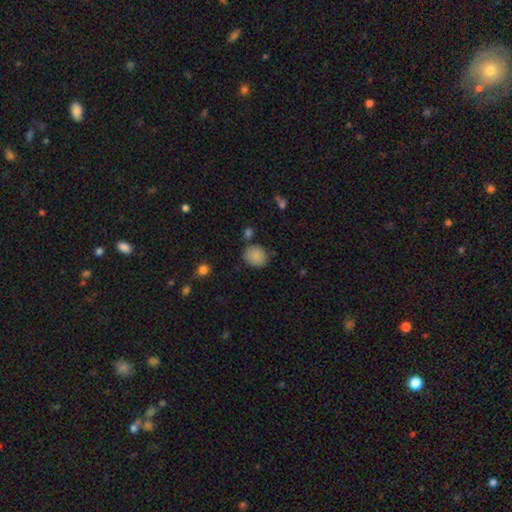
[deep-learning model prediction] smooth 85%, star or artifact 9%, featured or disk 5%. Down the decision tree: how rounded — round (76%); merging — none (76%).